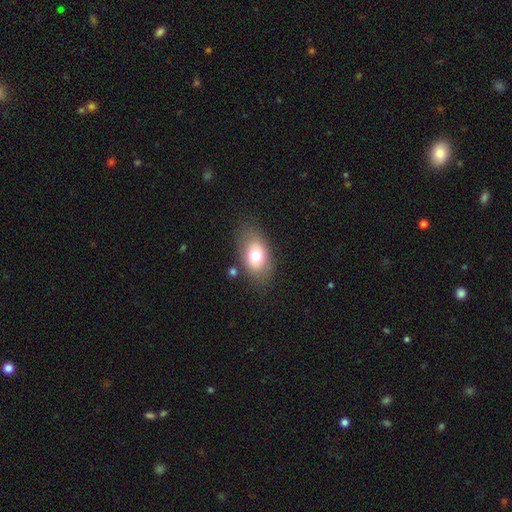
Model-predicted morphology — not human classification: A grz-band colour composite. It shows a smooth galaxy with no disk features (71%) that is in between round and cigar-shaped (84%). Merging: none (74%).